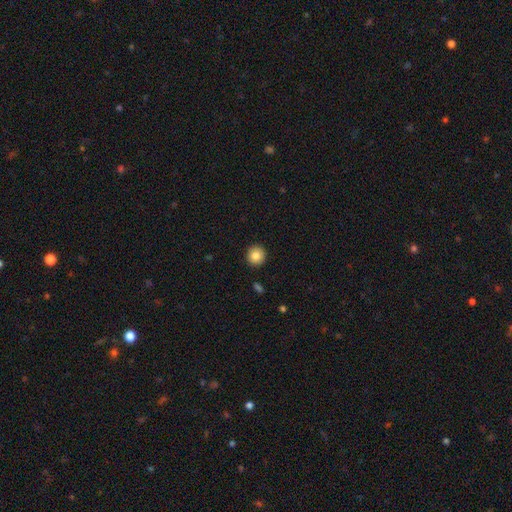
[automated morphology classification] smooth-or-featured: smooth: 84% | star or artifact: 9% | featured or disk: 8%
  how-rounded: round: 94% | in between: 5% | cigar-shaped: 1%
  merging: none: 93% | minor disturbance: 5% | major disturbance: 1% | merger: 1%